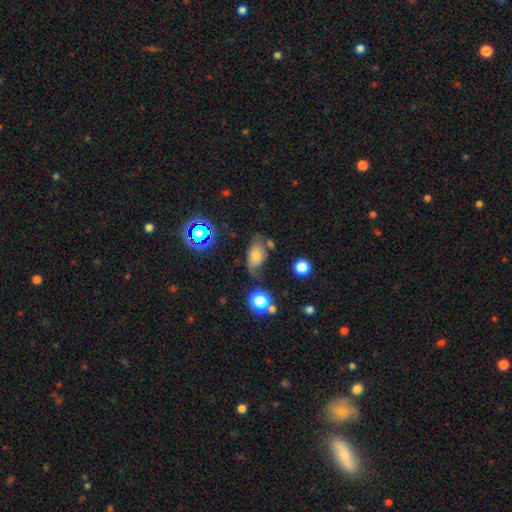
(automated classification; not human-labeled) smooth-or-featured: smooth: 58% | featured or disk: 27% | star or artifact: 15%
  how-rounded: in between: 85% | round: 12% | cigar-shaped: 3%
  merging: none: 48% | minor disturbance: 31% | major disturbance: 14% | merger: 7%